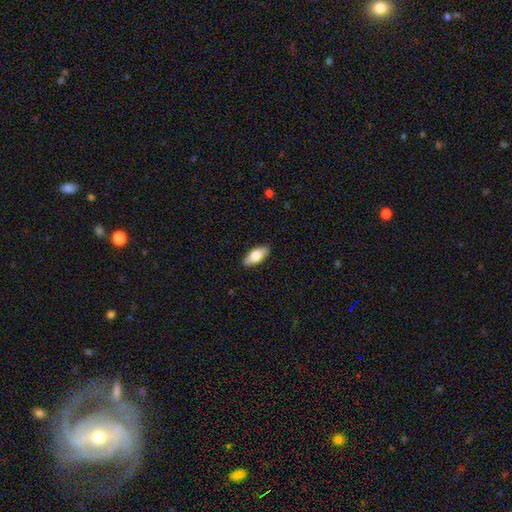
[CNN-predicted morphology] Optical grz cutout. It shows a smooth galaxy with no disk features (70%) that is in between round and cigar-shaped (85%). Merging: none (88%).